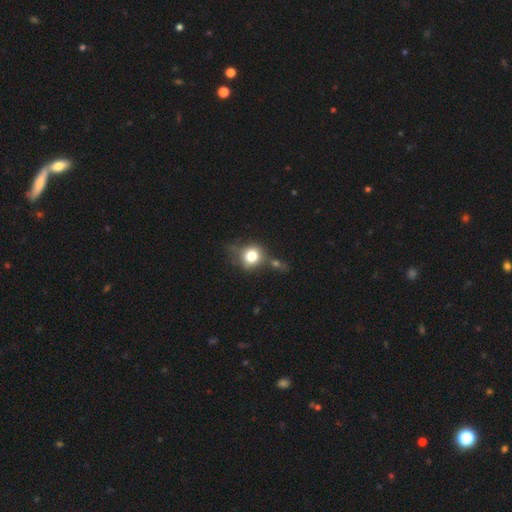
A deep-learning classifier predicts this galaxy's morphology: This is likely a smooth galaxy (65%). How rounded: likely round (78%). Merging: possibly none (55%).